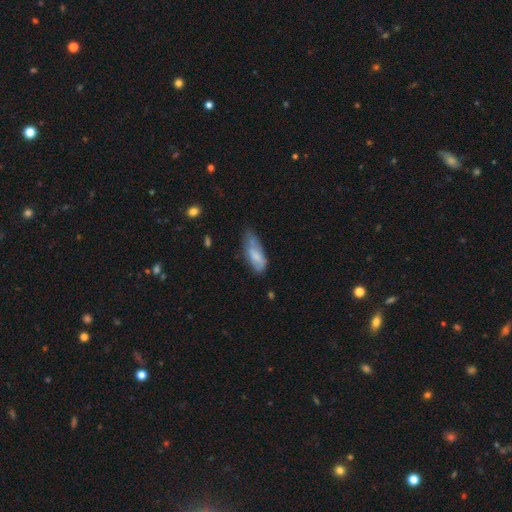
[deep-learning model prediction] Q: Smooth or featured?
A: smooth (71%); runner-up: featured or disk (22%)
Q: How rounded?
A: in between (72%); runner-up: cigar-shaped (26%)
Q: Merging?
A: minor disturbance (41%); runner-up: none (35%)